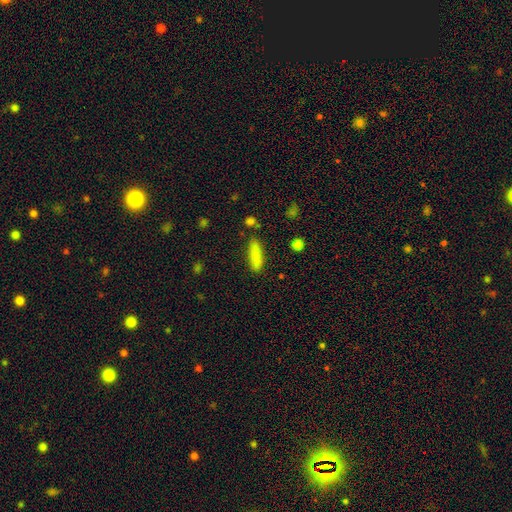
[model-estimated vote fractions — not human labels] Smooth or featured? smooth (85%)
How rounded? cigar-shaped (70%)
Merging? none (84%)